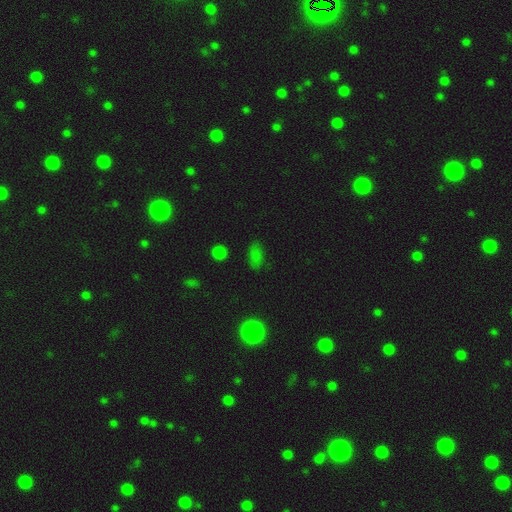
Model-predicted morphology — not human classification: Smooth or featured? smooth (73%)
How rounded? in between (86%)
Merging? none (80%)